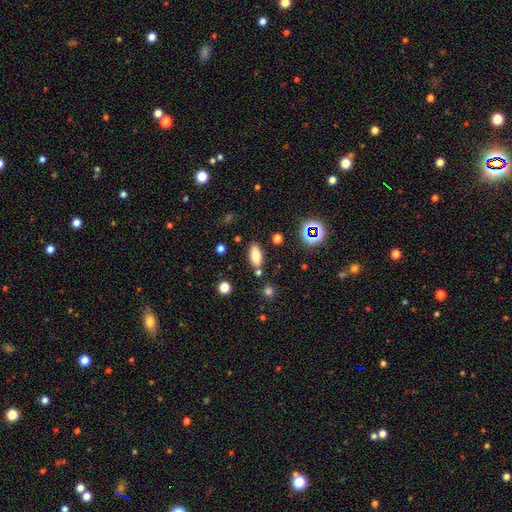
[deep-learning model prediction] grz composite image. It shows a smooth galaxy with no disk features (74%) that is in between round and cigar-shaped (84%). Merging: none (80%).